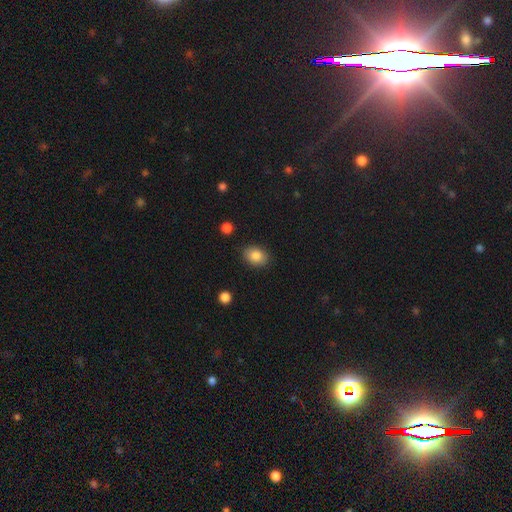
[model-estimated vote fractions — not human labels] Smooth or featured? Predicted: smooth (p=0.85). How rounded? Predicted: in between (p=0.71). Merging? Predicted: none (p=0.86).